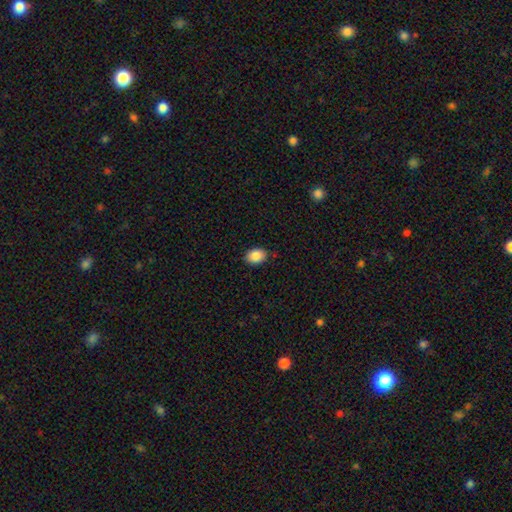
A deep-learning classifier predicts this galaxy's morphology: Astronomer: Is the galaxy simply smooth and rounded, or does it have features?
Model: smooth — 88%.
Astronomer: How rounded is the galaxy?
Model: in between — 66%.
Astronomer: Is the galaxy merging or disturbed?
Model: none — 85%.